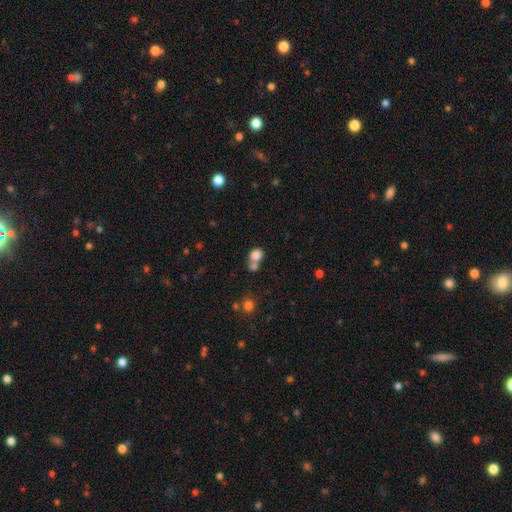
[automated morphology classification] This appears to be a smooth galaxy with no disk features (81%) that is round (56%). Merging: merger (50%).